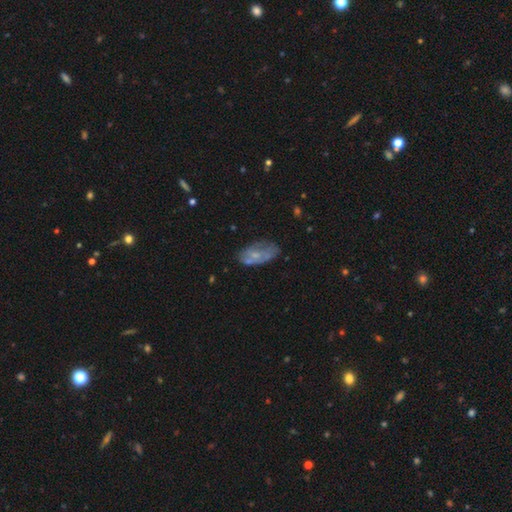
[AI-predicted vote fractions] Smooth or featured: featured or disk — 46% (smooth — 45%)
Merging: none — 53% (minor disturbance — 27%)